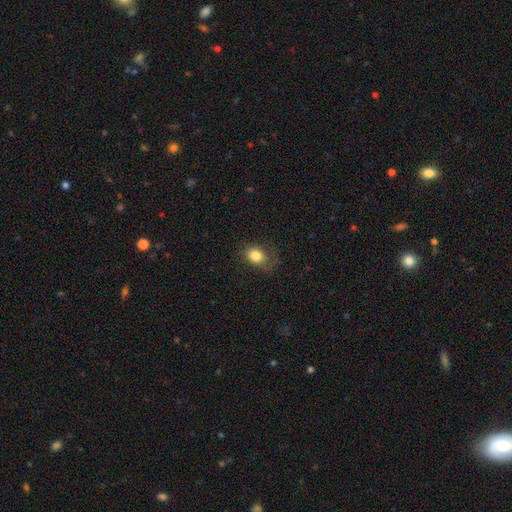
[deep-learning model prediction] A smooth galaxy with no disk features (82%) that is in between round and cigar-shaped (55%).

Vote fractions:
- Smooth or featured? smooth: 82% / star or artifact: 10% / featured or disk: 8%
- How rounded? in between: 55% / round: 44% / cigar-shaped: 1%
- Merging? none: 64% / minor disturbance: 23% / major disturbance: 12% / merger: 1%